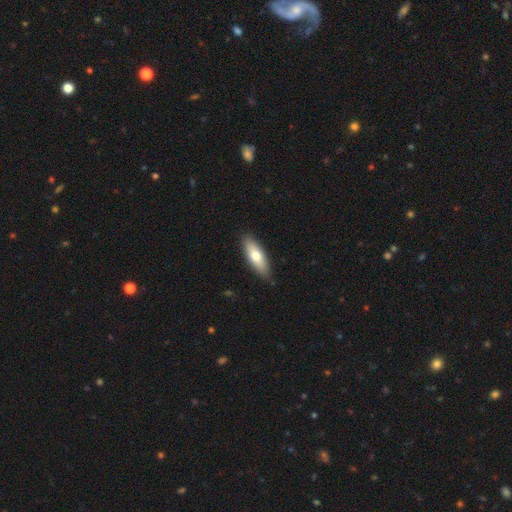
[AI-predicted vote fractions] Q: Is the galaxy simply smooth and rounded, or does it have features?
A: smooth — 70%.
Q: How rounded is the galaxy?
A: in between — 57%.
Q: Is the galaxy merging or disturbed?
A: none — 85%.